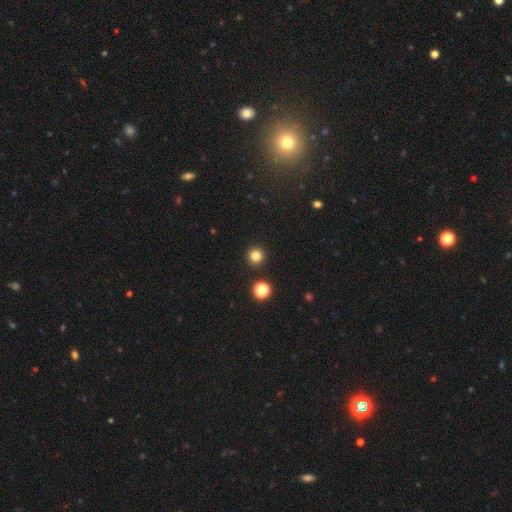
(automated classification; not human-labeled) Smooth or featured? smooth (82%)
How rounded? round (95%)
Merging? none (92%)